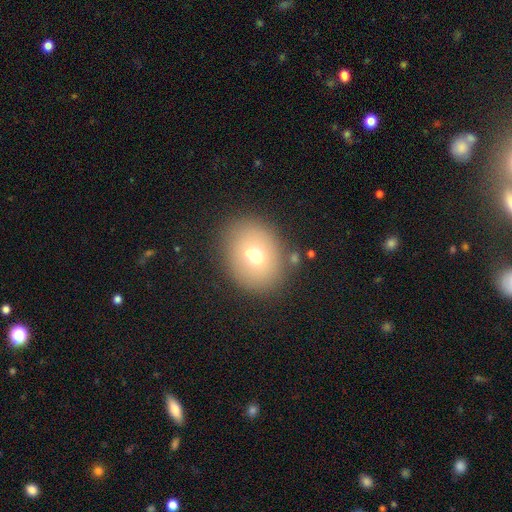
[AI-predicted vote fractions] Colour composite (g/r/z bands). It shows a smooth galaxy with no disk features (66%) that is round (54%). Merging: none (77%).